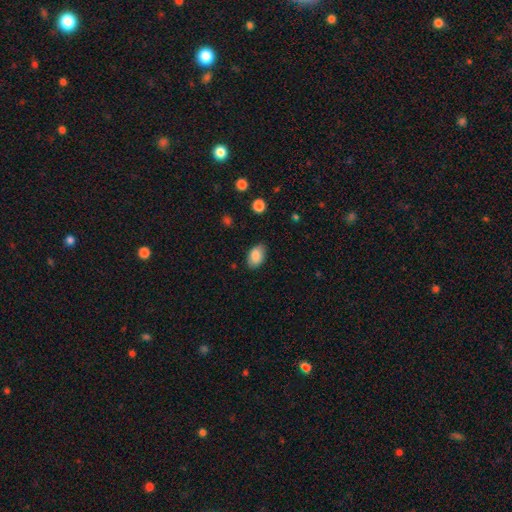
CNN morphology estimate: type=smooth (87%); roundness=in between (90%); merging=none (80%).